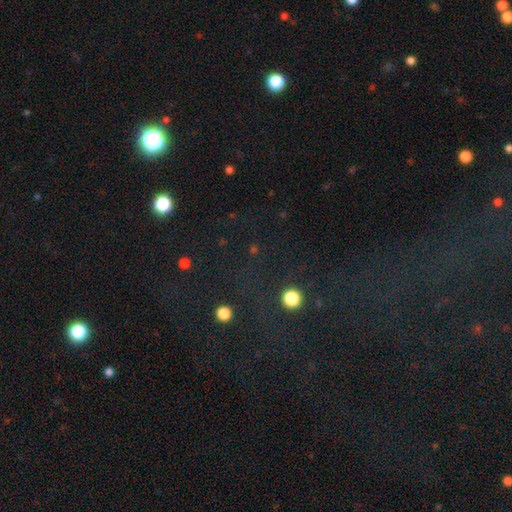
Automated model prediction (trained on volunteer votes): Smooth or featured? Predicted: star or artifact (p=0.70).